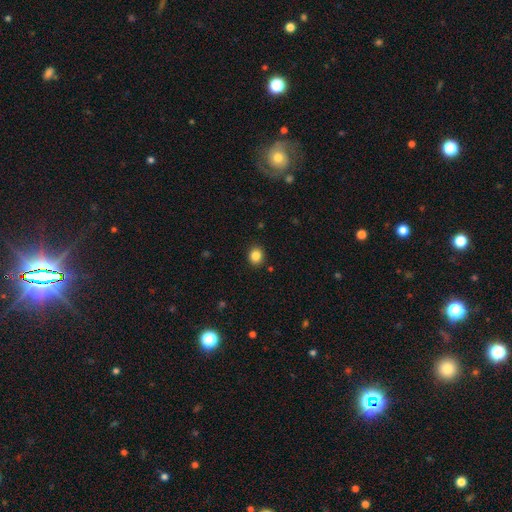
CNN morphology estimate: Smooth or featured?
  - smooth: 85% *
  - star or artifact: 11%
  - featured or disk: 5%
How rounded?
  - round: 74% *
  - in between: 25%
  - cigar-shaped: 1%
Merging?
  - none: 90% *
  - minor disturbance: 7%
  - major disturbance: 2%
  - merger: 1%